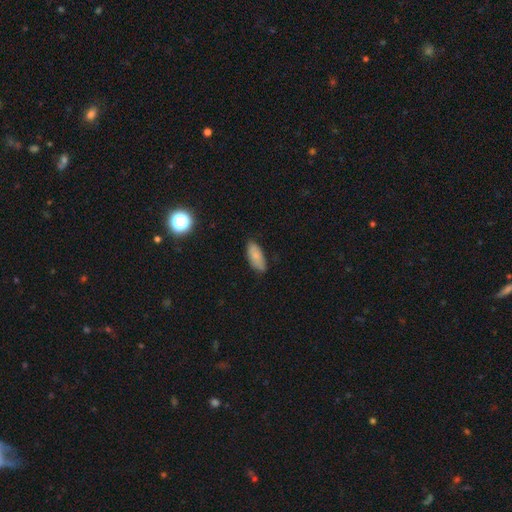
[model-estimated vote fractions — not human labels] The model was most divided on "merging": none: 76%, minor disturbance: 20%, major disturbance: 3%, merger: 1%. More confident: how rounded — in between (84%); smooth or featured — smooth (81%).